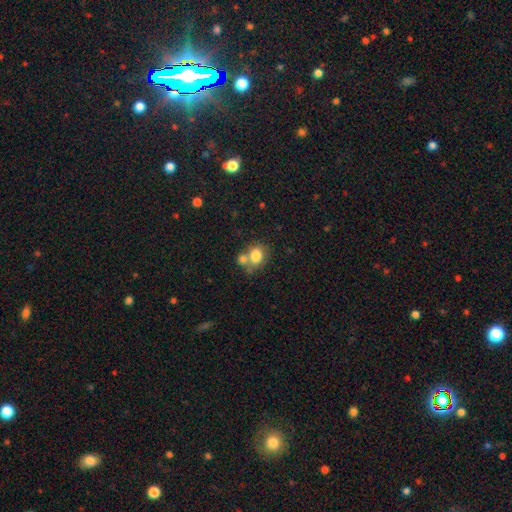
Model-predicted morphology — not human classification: Smooth or featured? Predicted: smooth (p=0.79). How rounded? Predicted: round (p=0.56). Merging? Predicted: none (p=0.43).